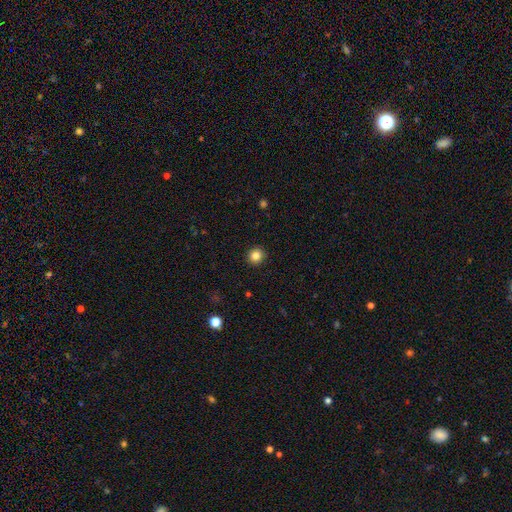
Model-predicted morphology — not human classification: This appears to be a smooth galaxy with no disk features (85%) that is round (91%). Merging: none (93%).